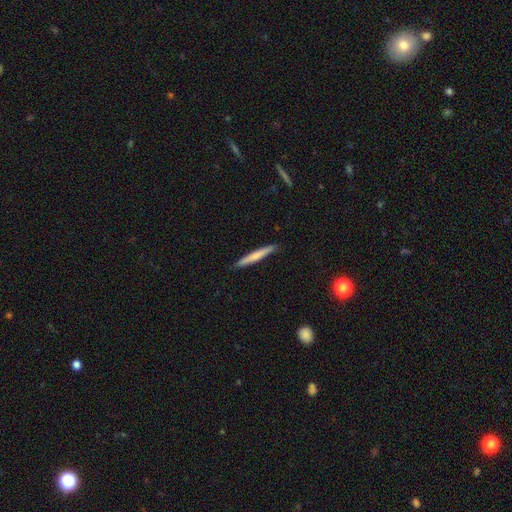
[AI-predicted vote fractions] Smooth or featured?
  - smooth: 65% *
  - featured or disk: 30%
  - star or artifact: 5%
How rounded?
  - cigar-shaped: 96% *
  - in between: 3%
  - round: 1%
Merging?
  - none: 90% *
  - minor disturbance: 7%
  - major disturbance: 1%
  - merger: 1%